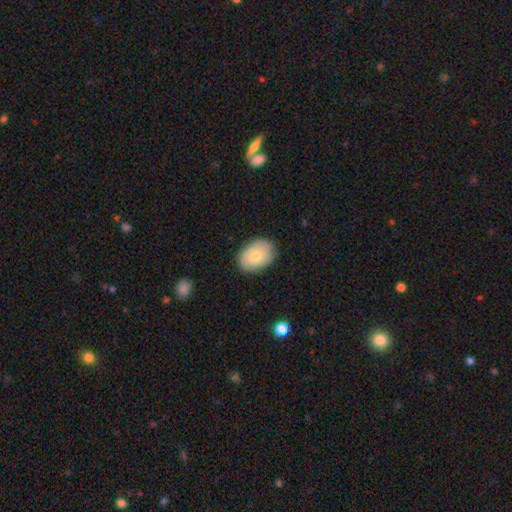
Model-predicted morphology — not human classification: Smooth or featured: smooth — 71% (featured or disk — 23%)
How rounded: in between — 80% (round — 19%)
Merging: none — 81% (minor disturbance — 15%)